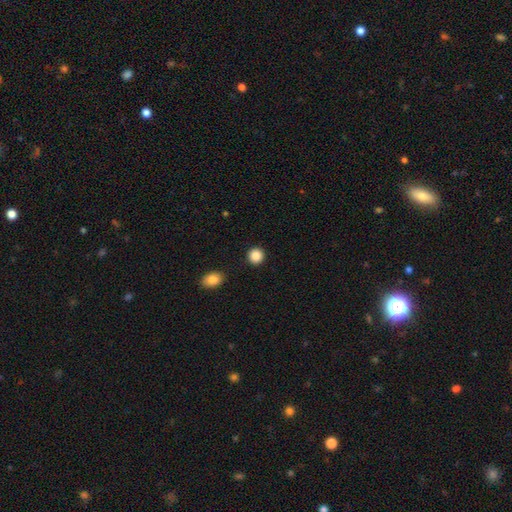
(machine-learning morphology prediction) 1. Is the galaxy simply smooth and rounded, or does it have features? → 88% smooth, 9% star or artifact, 3% featured or disk.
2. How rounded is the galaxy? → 90% round, 9% in between, 1% cigar-shaped.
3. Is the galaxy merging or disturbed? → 91% none, 5% minor disturbance, 2% major disturbance, 2% merger.